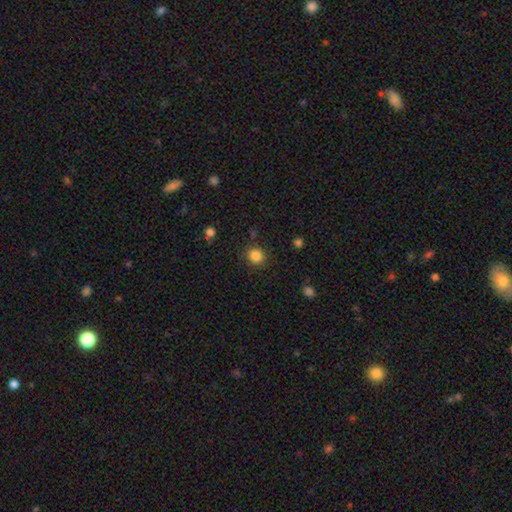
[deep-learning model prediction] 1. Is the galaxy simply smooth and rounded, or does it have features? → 85% smooth, 11% star or artifact, 4% featured or disk.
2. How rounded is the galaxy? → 87% round, 13% in between, 1% cigar-shaped.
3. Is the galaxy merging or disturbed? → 87% none, 8% minor disturbance, 3% major disturbance, 2% merger.